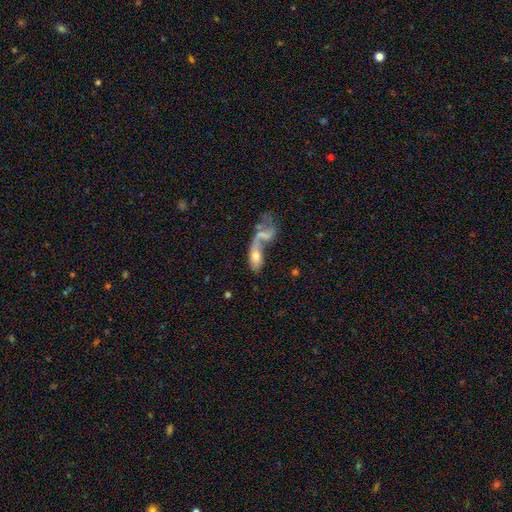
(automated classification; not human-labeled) A featured or disk galaxy (48%). Merging: merger (54%).